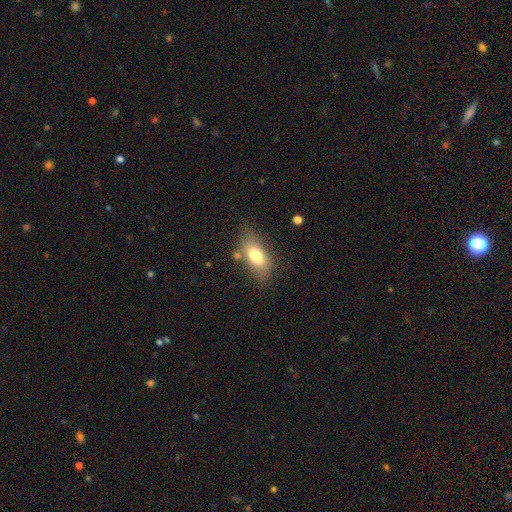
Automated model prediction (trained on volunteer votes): smooth 75%, featured or disk 18%, star or artifact 8%. Down the decision tree: how rounded — in between (84%); merging — none (73%).